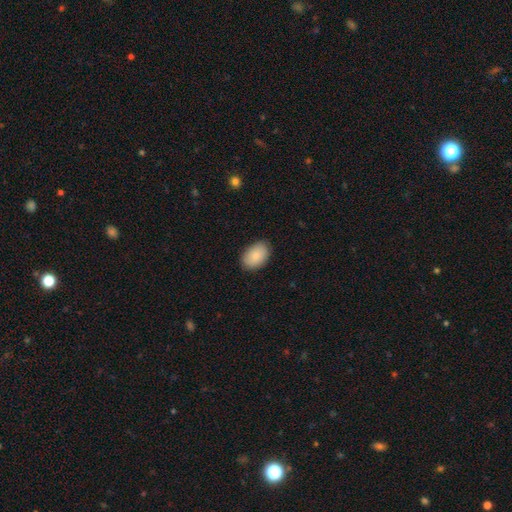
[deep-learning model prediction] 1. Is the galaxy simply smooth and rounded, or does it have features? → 87% smooth, 6% star or artifact, 6% featured or disk.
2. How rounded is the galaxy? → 88% in between, 11% round, 1% cigar-shaped.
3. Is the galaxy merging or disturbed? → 86% none, 11% minor disturbance, 2% major disturbance, 1% merger.